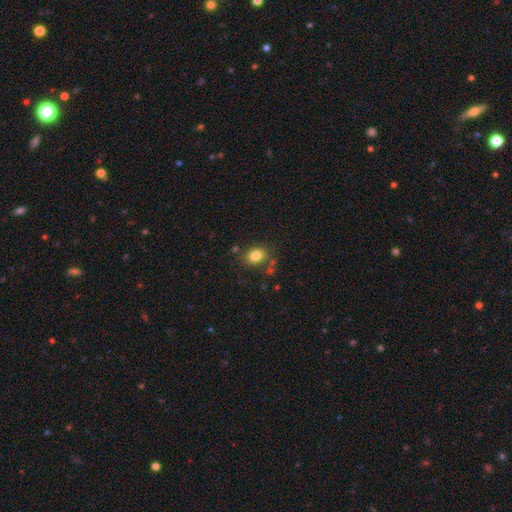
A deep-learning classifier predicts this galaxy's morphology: Q: Smooth or featured?
A: smooth (81%); runner-up: star or artifact (10%)
Q: How rounded?
A: in between (63%); runner-up: round (36%)
Q: Merging?
A: none (72%); runner-up: minor disturbance (15%)